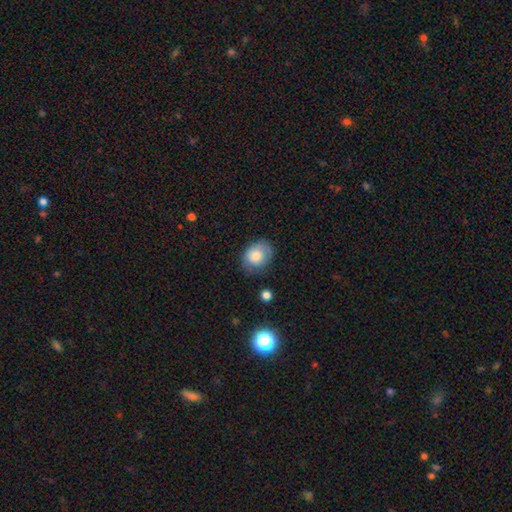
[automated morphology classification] Overall: smooth (74%). How rounded: round (54%; in between 45%). Merging: none (67%).